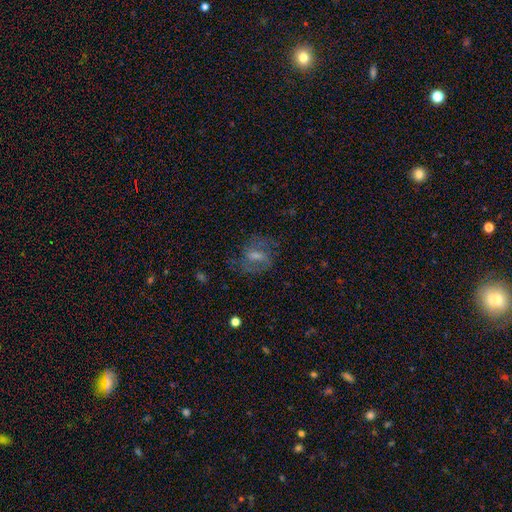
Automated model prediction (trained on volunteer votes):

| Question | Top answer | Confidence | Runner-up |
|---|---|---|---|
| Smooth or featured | featured or disk | 59% | smooth (27%) |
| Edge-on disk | no | 94% | yes (6%) |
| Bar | weak | 50% | strong (27%) |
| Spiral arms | yes | 81% | no (19%) |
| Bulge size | moderate | 40% | small (34%) |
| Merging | none | 69% | minor disturbance (17%) |